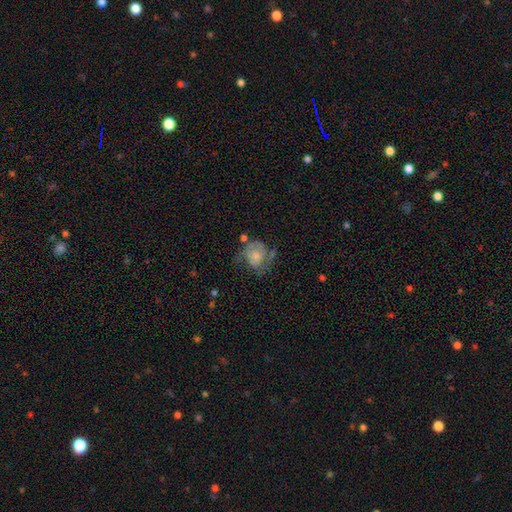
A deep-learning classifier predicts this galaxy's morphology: A smooth galaxy with no disk features (47%).

Vote fractions:
- Smooth or featured? smooth: 47% / featured or disk: 45% / star or artifact: 8%
- Merging? none: 33% / major disturbance: 31% / minor disturbance: 28% / merger: 8%